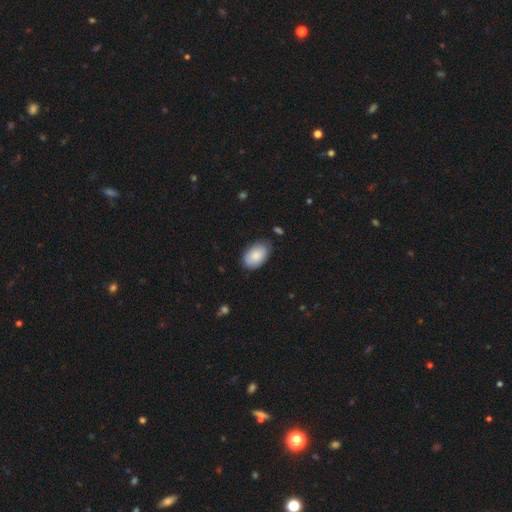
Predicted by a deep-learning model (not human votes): Q: Smooth or featured?
A: smooth (86%); runner-up: featured or disk (8%)
Q: How rounded?
A: in between (93%); runner-up: round (6%)
Q: Merging?
A: none (79%); runner-up: minor disturbance (16%)